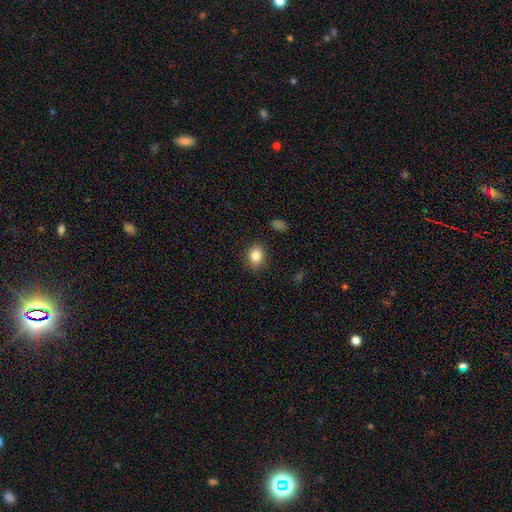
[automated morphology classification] type=smooth (85%); roundness=in between (50%); merging=none (86%).